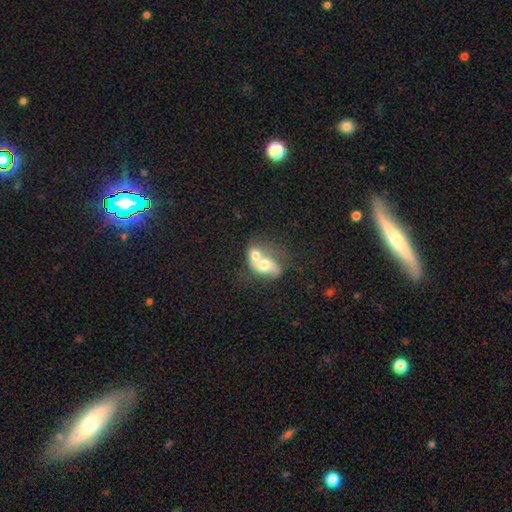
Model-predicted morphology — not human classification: Overall: smooth (54%; featured or disk 38%). How rounded: in between (66%; round 32%). Merging: merger (76%).